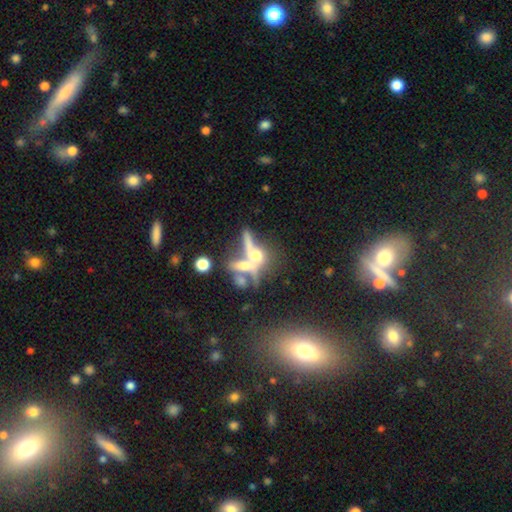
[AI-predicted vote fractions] Smooth or featured? featured or disk (45%)
Merging? merger (54%)